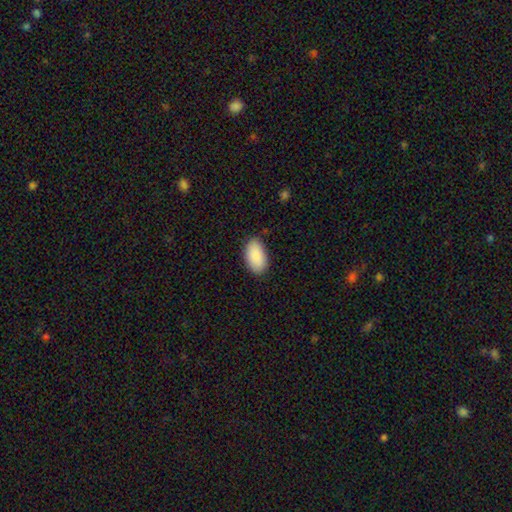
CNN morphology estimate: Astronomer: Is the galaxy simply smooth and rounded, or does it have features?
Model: smooth — 90%.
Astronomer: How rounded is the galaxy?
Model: in between — 95%.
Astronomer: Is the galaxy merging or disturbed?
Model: none — 86%.